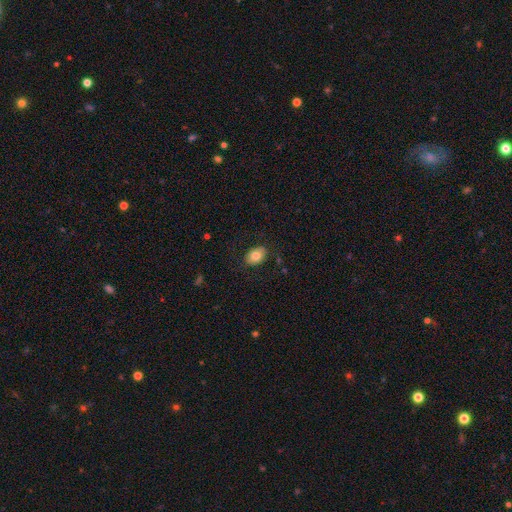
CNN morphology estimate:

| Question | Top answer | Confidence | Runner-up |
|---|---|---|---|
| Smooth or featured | smooth | 79% | featured or disk (13%) |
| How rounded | in between | 79% | round (20%) |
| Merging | none | 84% | minor disturbance (12%) |